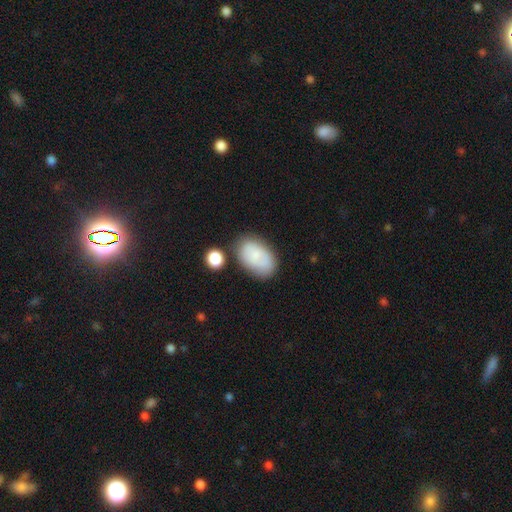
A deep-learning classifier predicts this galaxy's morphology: Smooth or featured? smooth (77%)
How rounded? in between (91%)
Merging? none (65%)